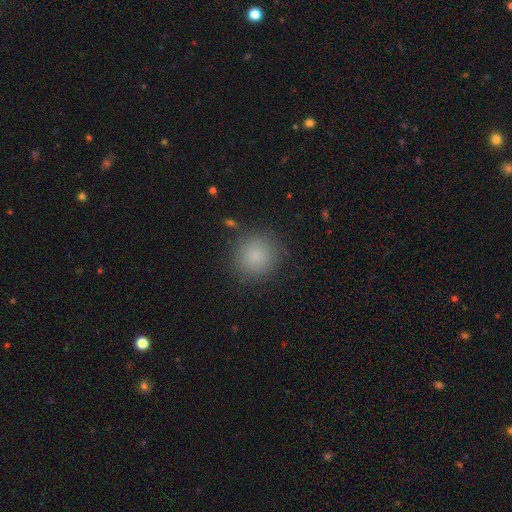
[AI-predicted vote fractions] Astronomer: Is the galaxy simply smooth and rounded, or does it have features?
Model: smooth — 85%.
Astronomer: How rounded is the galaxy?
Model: round — 93%.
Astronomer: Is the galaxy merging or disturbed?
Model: none — 86%.